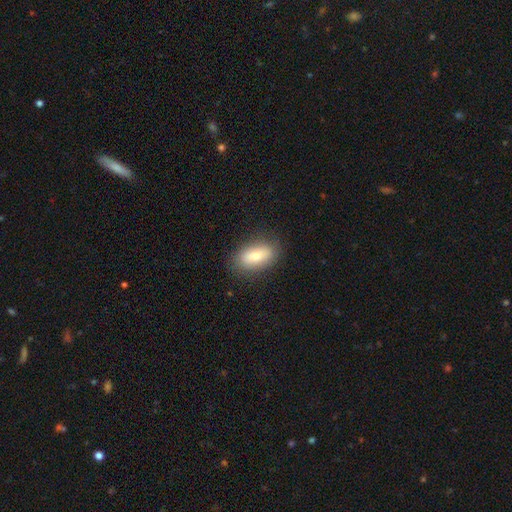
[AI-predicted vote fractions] This appears to be a smooth galaxy with no disk features (74%) that is in between round and cigar-shaped (87%). Merging: none (84%).